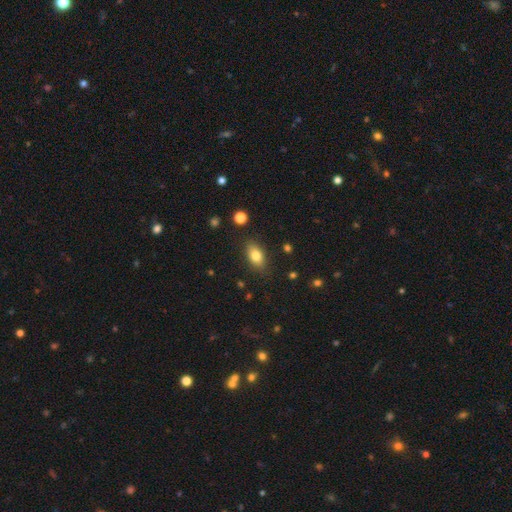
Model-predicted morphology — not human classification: smooth 79%, featured or disk 12%, star or artifact 9%. Down the decision tree: how rounded — in between (85%); merging — none (84%).